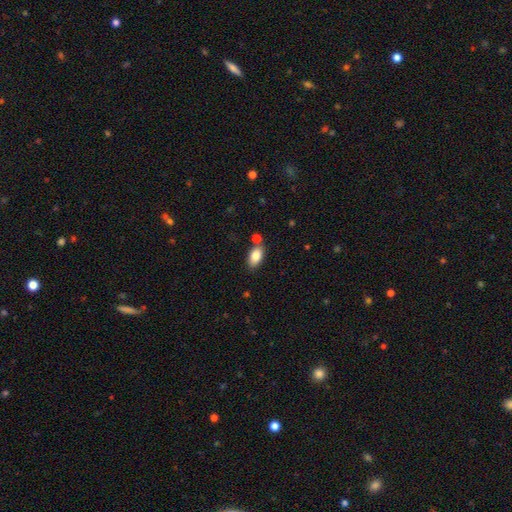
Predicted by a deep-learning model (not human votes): Smooth or featured? Predicted: smooth (p=0.84). How rounded? Predicted: in between (p=0.92). Merging? Predicted: none (p=0.73).